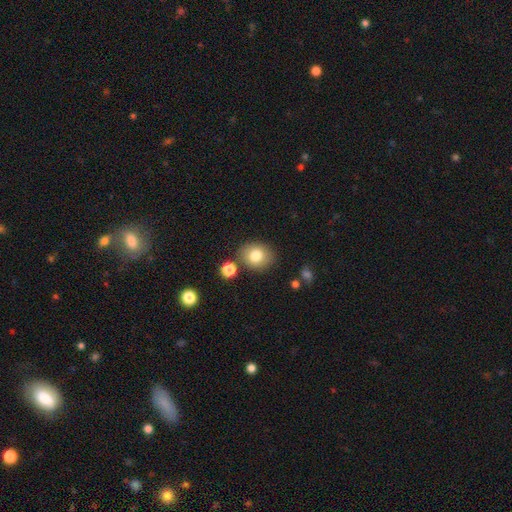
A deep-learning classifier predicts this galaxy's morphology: A smooth galaxy with no disk features (81%) that is round (64%). Merging: none (80%).